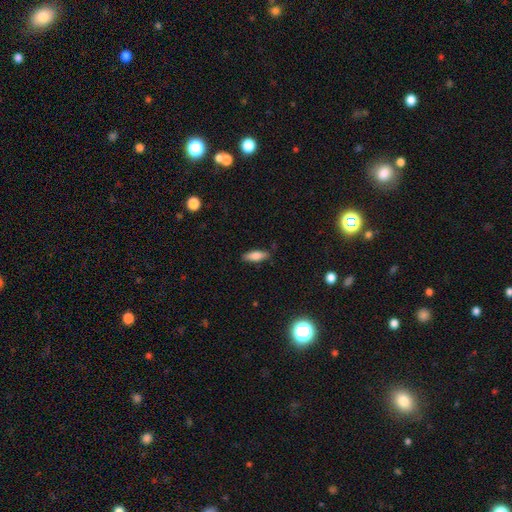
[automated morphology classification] Smooth or featured? smooth (77%)
How rounded? in between (58%)
Merging? none (84%)